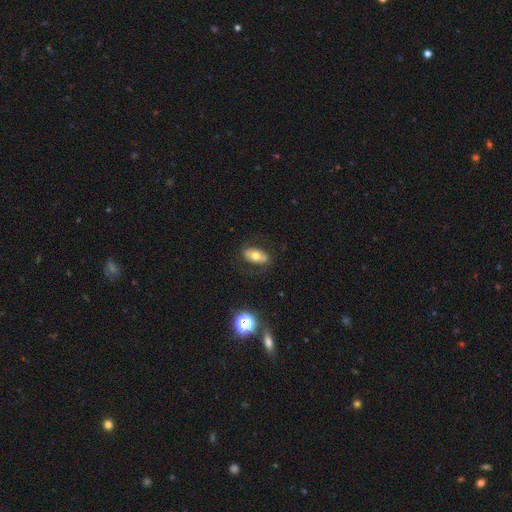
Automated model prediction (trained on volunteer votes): Smooth or featured: smooth — 54% (featured or disk — 37%)
How rounded: in between — 89% (round — 8%)
Merging: none — 78% (minor disturbance — 14%)